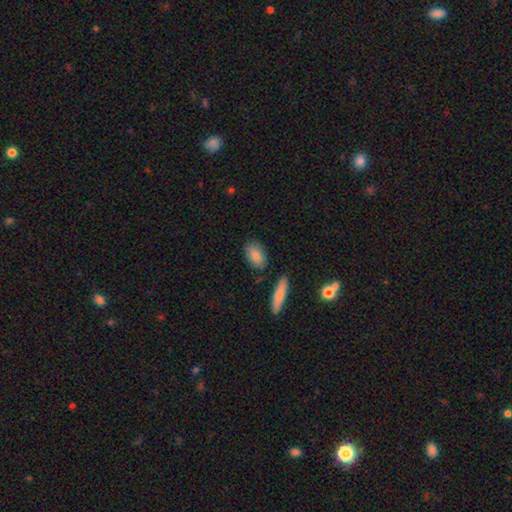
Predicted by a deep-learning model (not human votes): A smooth galaxy with no disk features (85%) that is in between round and cigar-shaped (87%).

Vote fractions:
- Smooth or featured? smooth: 85% / featured or disk: 9% / star or artifact: 6%
- How rounded? in between: 87% / round: 8% / cigar-shaped: 5%
- Merging? none: 80% / minor disturbance: 13% / merger: 4% / major disturbance: 3%